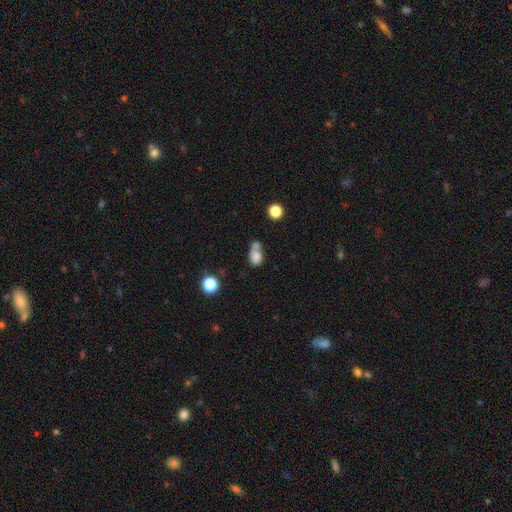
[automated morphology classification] type=smooth (79%); roundness=in between (60%); merging=merger (52%).